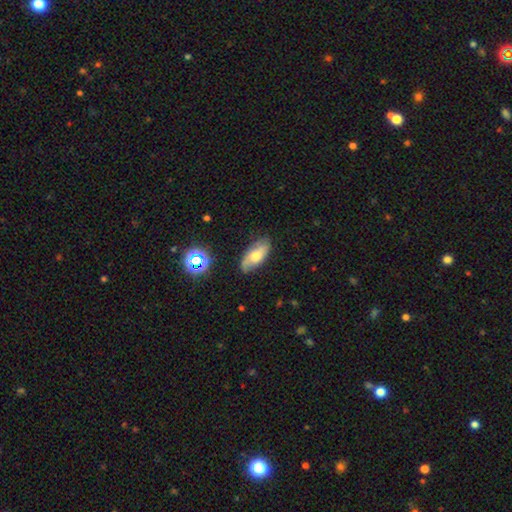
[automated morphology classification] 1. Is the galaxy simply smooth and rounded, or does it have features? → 46% smooth, 43% featured or disk, 10% star or artifact.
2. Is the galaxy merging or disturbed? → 74% none, 20% minor disturbance, 4% major disturbance, 2% merger.